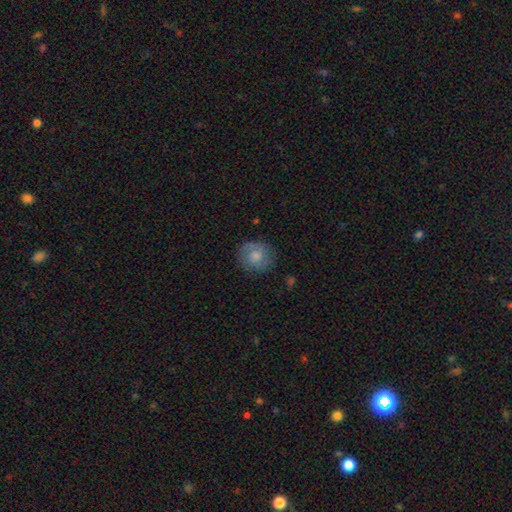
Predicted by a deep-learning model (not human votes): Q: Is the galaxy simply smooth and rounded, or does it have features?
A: smooth — 68%.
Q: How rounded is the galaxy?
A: round — 83%.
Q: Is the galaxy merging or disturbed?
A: none — 75%.